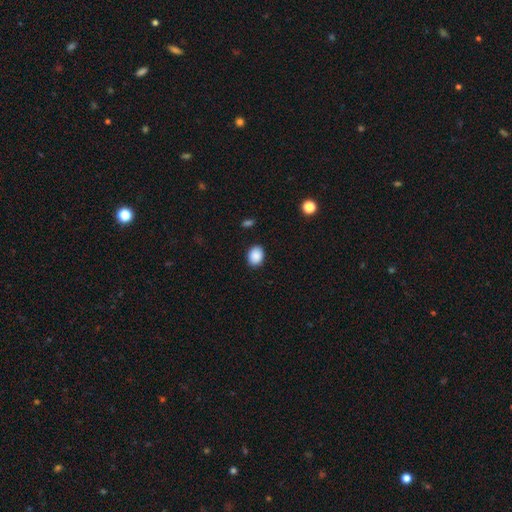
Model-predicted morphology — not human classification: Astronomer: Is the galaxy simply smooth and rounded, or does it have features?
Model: smooth — 89%.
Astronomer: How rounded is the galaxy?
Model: in between — 63%.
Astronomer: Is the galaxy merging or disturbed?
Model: none — 88%.